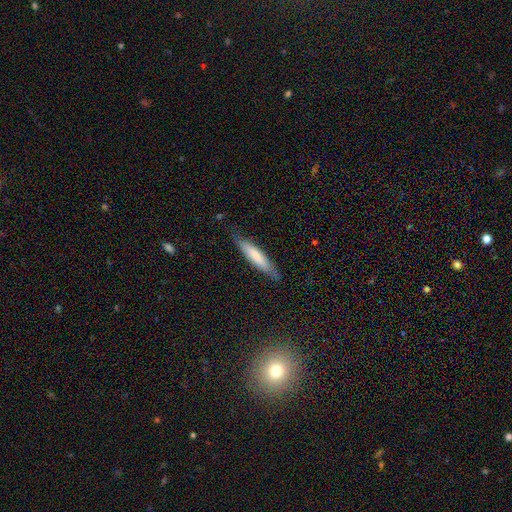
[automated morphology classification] smooth_or_featured: smooth (p=0.73) [alt: featured or disk p=0.22]
how_rounded: cigar-shaped (p=0.83) [alt: in between p=0.15]
merging: none (p=0.80) [alt: minor disturbance p=0.16]